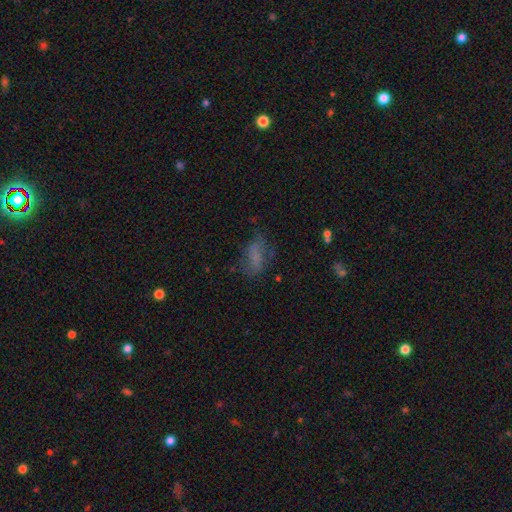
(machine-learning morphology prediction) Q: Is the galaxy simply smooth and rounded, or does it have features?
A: smooth — 58%.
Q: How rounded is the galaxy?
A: in between — 80%.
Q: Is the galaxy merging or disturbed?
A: none — 51%.